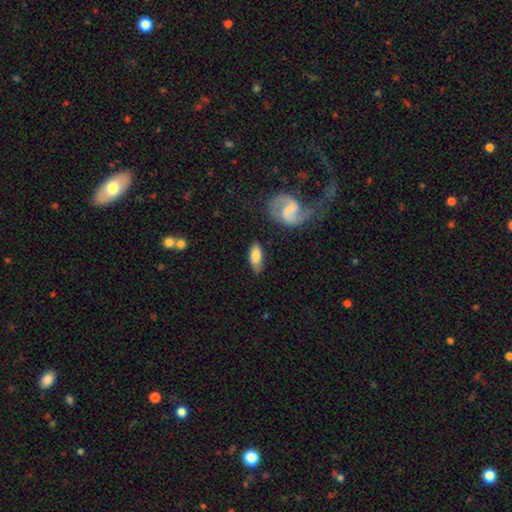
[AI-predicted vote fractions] Smooth or featured?
  - smooth: 70% *
  - featured or disk: 24%
  - star or artifact: 6%
How rounded?
  - in between: 84% *
  - cigar-shaped: 13%
  - round: 4%
Merging?
  - none: 74% *
  - minor disturbance: 17%
  - major disturbance: 5%
  - merger: 4%